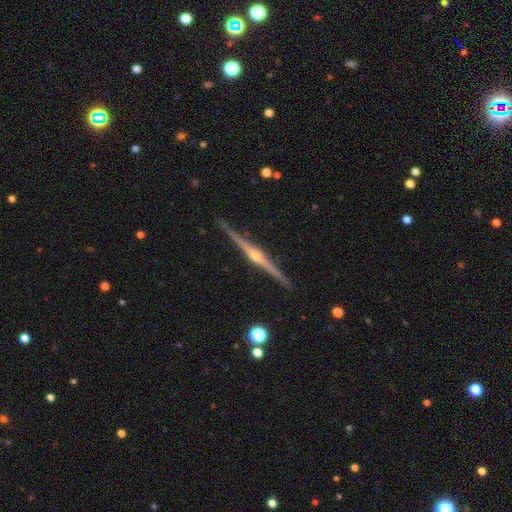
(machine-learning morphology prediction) A featured or disk galaxy (90%) viewed edge-on (99%) with a rounded central bulge (92%). Merging: none (91%).